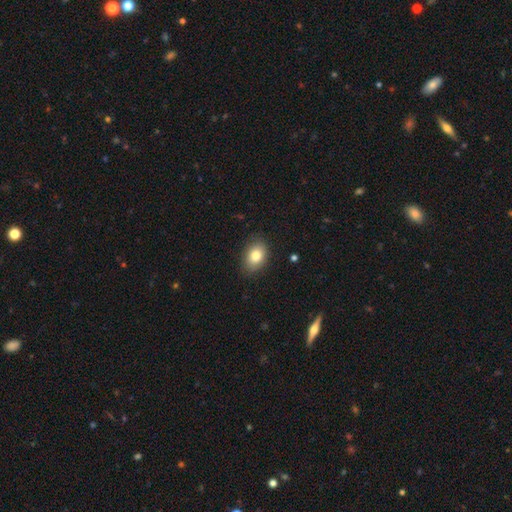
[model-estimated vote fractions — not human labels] A smooth galaxy with no disk features (81%) that is in between round and cigar-shaped (82%). Merging: none (85%).